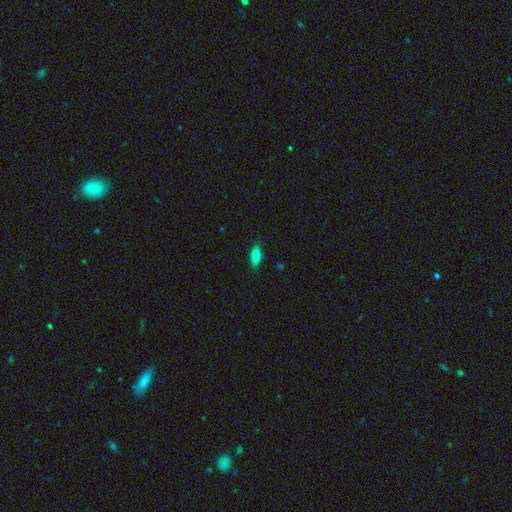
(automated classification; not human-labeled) This appears to be a smooth galaxy with no disk features (75%) that is in between round and cigar-shaped (71%). Merging: none (87%).